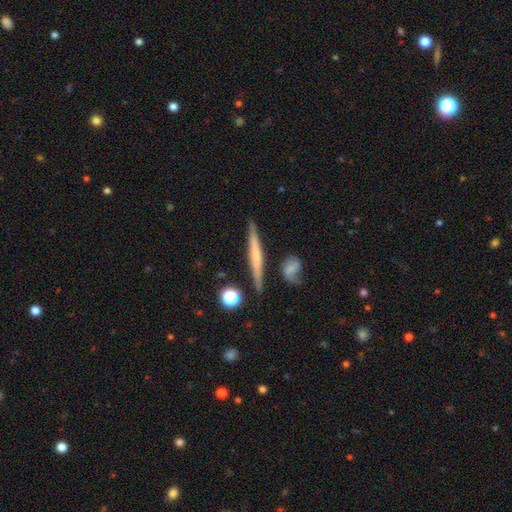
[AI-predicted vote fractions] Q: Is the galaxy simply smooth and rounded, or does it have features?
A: featured or disk — 53%.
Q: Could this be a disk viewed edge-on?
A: yes — 94%.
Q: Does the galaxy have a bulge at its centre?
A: none — 70%.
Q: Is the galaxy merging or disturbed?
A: none — 82%.